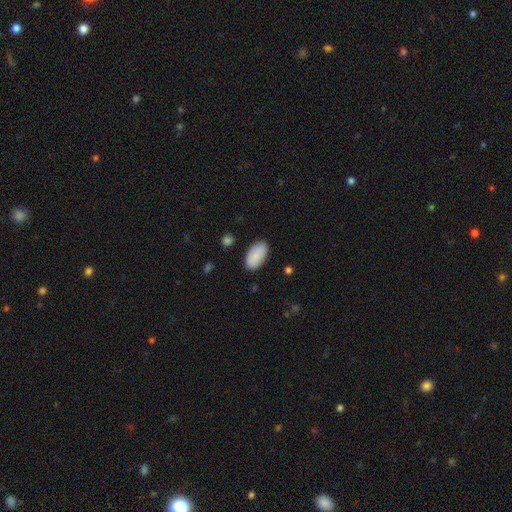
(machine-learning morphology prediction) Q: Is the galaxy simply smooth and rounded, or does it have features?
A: smooth — 88%.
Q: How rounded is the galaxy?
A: in between — 95%.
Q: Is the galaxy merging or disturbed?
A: none — 86%.